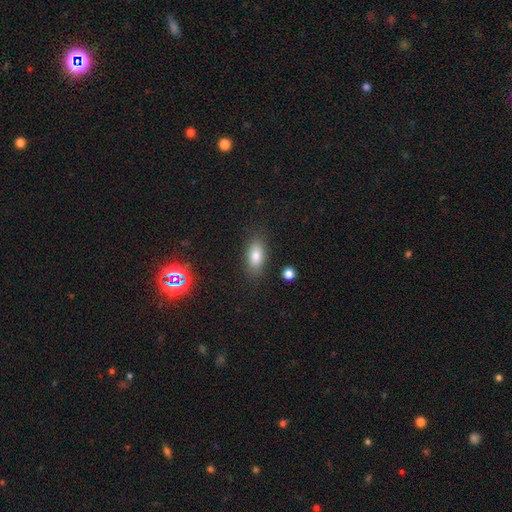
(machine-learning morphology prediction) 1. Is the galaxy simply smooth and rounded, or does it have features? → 81% smooth, 10% featured or disk, 9% star or artifact.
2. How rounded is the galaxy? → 86% in between, 8% cigar-shaped, 6% round.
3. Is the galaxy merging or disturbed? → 83% none, 12% minor disturbance, 3% major disturbance, 2% merger.